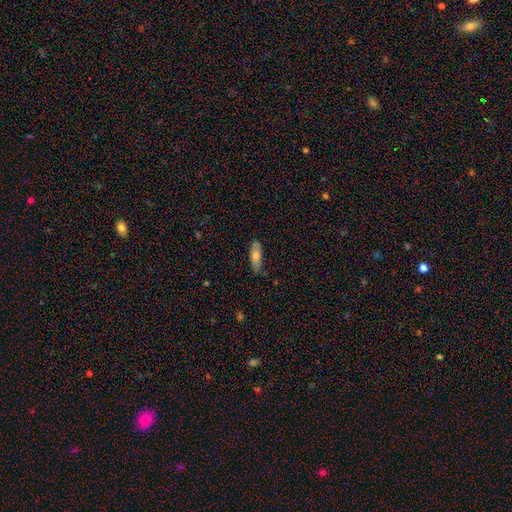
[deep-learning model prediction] smooth-or-featured: smooth: 69% | featured or disk: 24% | star or artifact: 6%
  how-rounded: in between: 57% | cigar-shaped: 41% | round: 2%
  merging: none: 78% | minor disturbance: 18% | major disturbance: 3% | merger: 1%